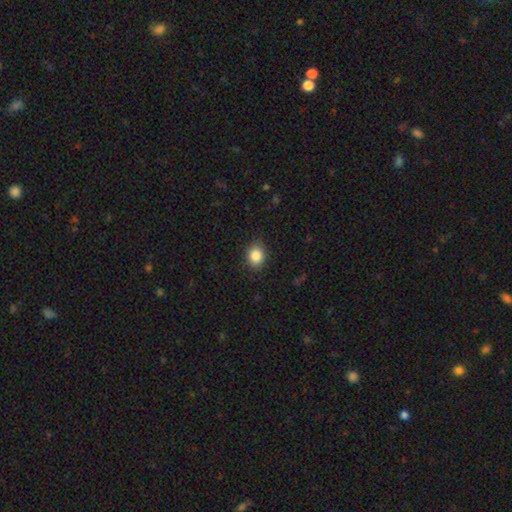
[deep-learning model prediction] A smooth galaxy with no disk features (86%) that is round (52%). Merging: none (87%).